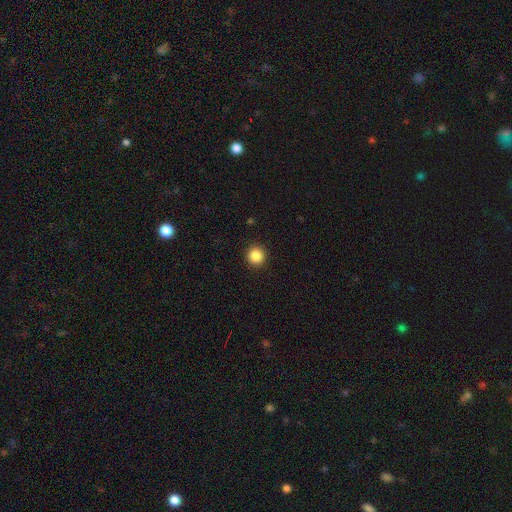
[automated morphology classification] smooth 86%, star or artifact 10%, featured or disk 4%. Down the decision tree: how rounded — round (95%); merging — none (93%).